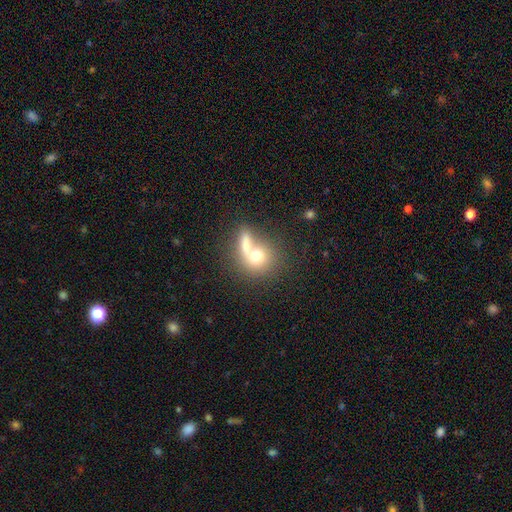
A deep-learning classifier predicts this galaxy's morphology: A smooth galaxy with no disk features (69%) that is round (74%).

Vote fractions:
- Smooth or featured? smooth: 69% / featured or disk: 22% / star or artifact: 10%
- How rounded? round: 74% / in between: 23% / cigar-shaped: 3%
- Merging? merger: 56% / none: 30% / minor disturbance: 8% / major disturbance: 6%